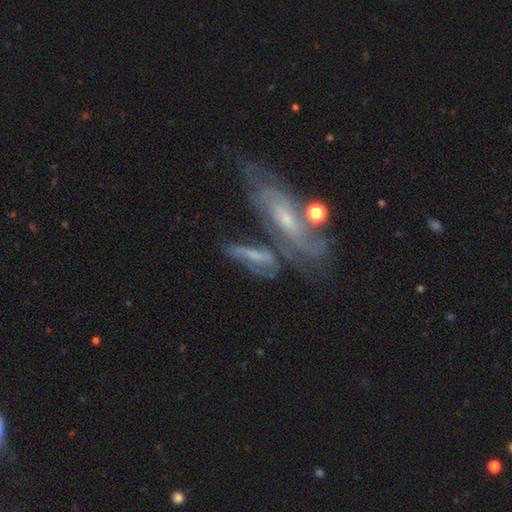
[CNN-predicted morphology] type=featured or disk (61%); edge-on=no (74%); merging=none (36%).